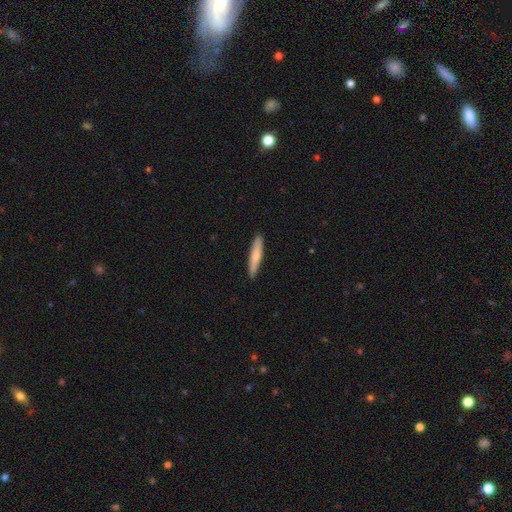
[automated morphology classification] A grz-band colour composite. It shows a smooth galaxy with no disk features (71%) that is cigar-shaped (90%). Merging: none (90%).